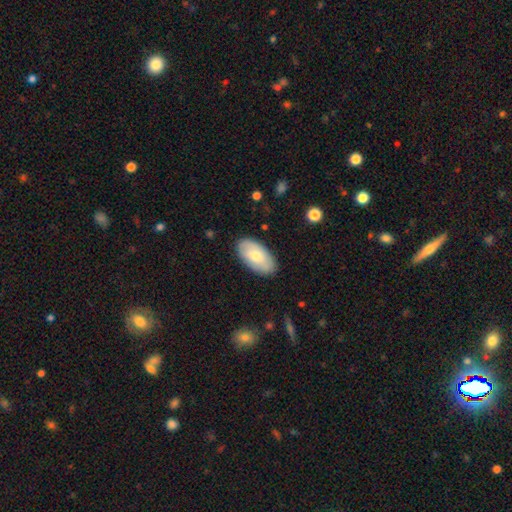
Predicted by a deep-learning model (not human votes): This is likely a smooth galaxy (69%). How rounded: clearly in between (95%). Merging: clearly none (86%).